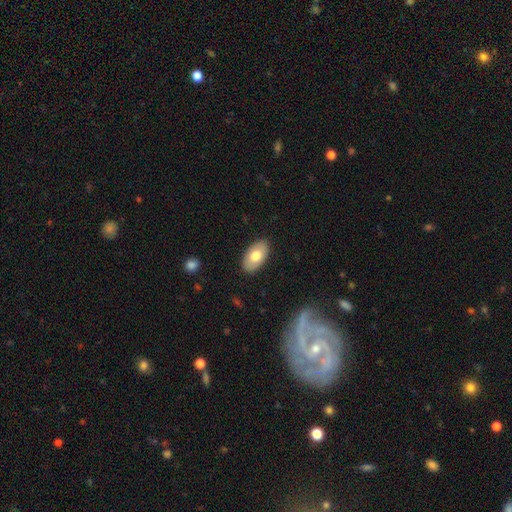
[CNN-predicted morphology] Smooth or featured: smooth — 72% (featured or disk — 22%)
How rounded: in between — 94% (round — 4%)
Merging: none — 88% (minor disturbance — 9%)